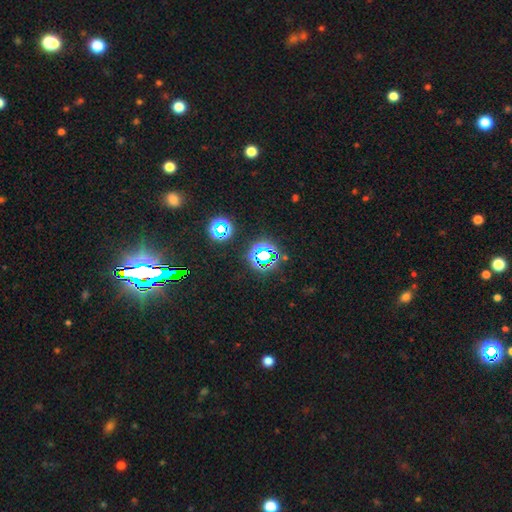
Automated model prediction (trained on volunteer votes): star or artifact 77%, smooth 16%, featured or disk 7%.